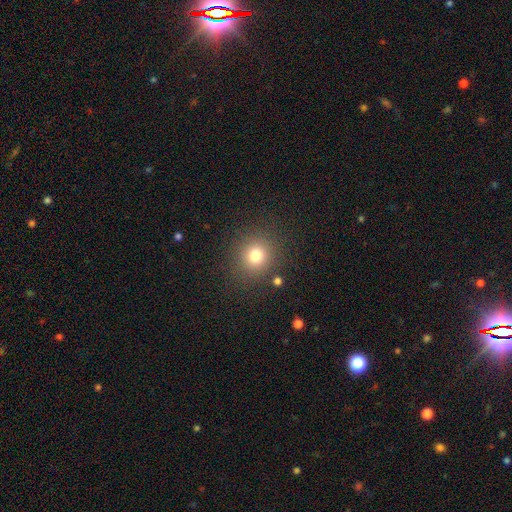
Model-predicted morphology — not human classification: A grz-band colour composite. It shows a smooth galaxy with no disk features (77%) that is round (89%). Merging: none (87%).